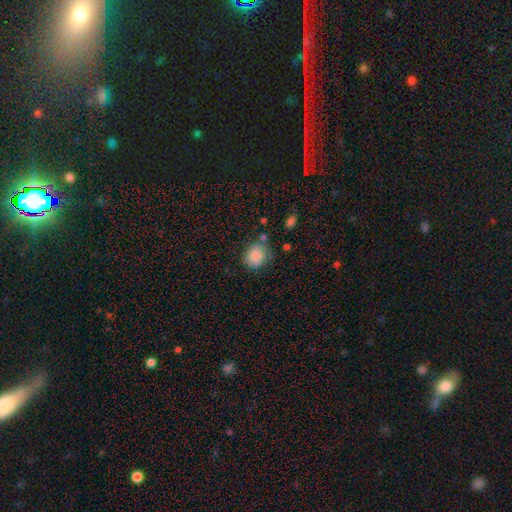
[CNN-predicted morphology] smooth 82%, featured or disk 9%, star or artifact 8%. Down the decision tree: how rounded — round (72%); merging — none (66%).